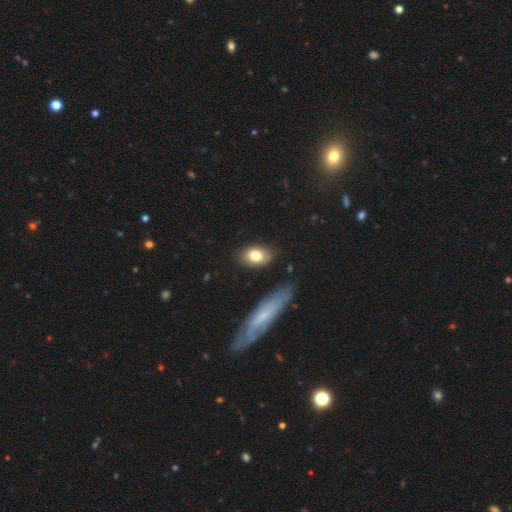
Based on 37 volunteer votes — Q: Smooth or featured?
A: smooth (78%); runner-up: featured or disk (22%)
Q: How rounded?
A: in between (83%); runner-up: round (14%)
Q: Merging?
A: none (92%); runner-up: minor disturbance (5%)